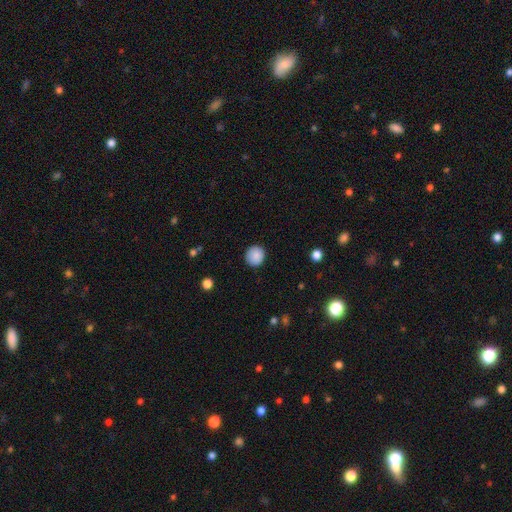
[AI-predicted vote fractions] Smooth or featured?
  - smooth: 89% *
  - star or artifact: 8%
  - featured or disk: 3%
How rounded?
  - round: 92% *
  - in between: 7%
  - cigar-shaped: 1%
Merging?
  - none: 90% *
  - minor disturbance: 7%
  - major disturbance: 2%
  - merger: 1%